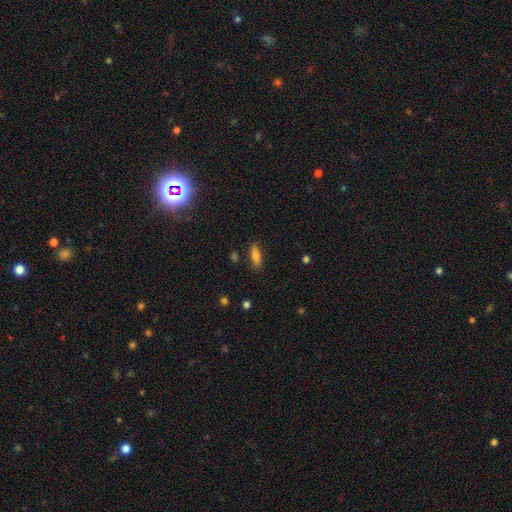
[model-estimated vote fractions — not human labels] Smooth or featured? Predicted: smooth (p=0.79). How rounded? Predicted: in between (p=0.56). Merging? Predicted: none (p=0.85).